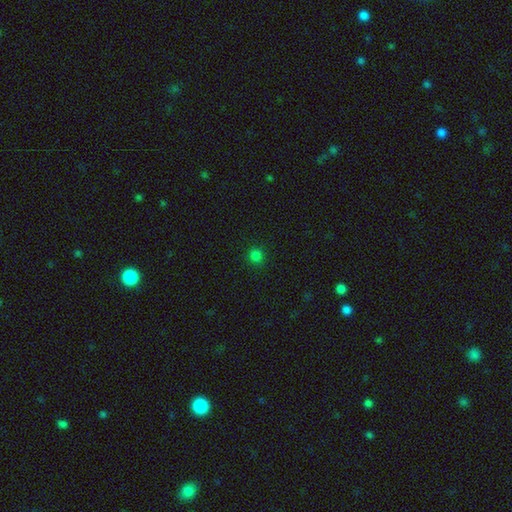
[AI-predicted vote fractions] smooth_or_featured: smooth (p=0.80) [alt: star or artifact p=0.17]
how_rounded: round (p=0.92) [alt: in between p=0.07]
merging: none (p=0.92) [alt: minor disturbance p=0.05]